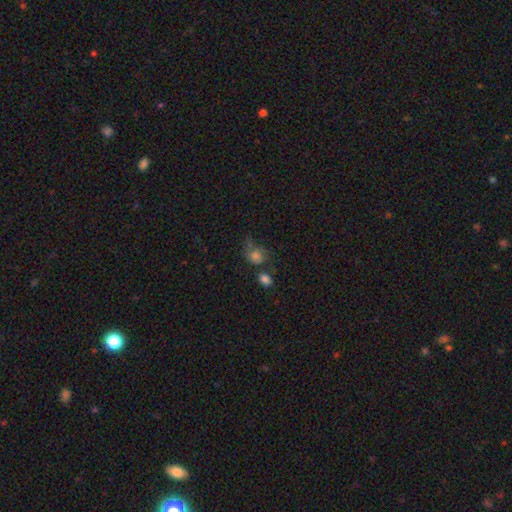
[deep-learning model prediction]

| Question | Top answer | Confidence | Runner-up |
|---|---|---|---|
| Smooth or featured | smooth | 68% | featured or disk (16%) |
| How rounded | round | 60% | in between (38%) |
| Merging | none | 36% | minor disturbance (23%) |